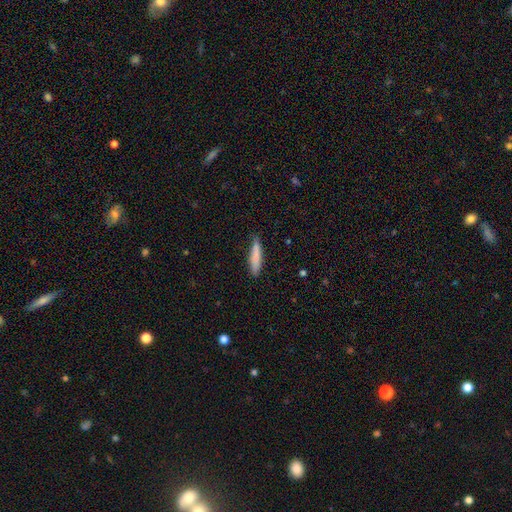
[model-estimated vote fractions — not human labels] Overall: smooth (83%). How rounded: cigar-shaped (85%). Merging: none (79%).